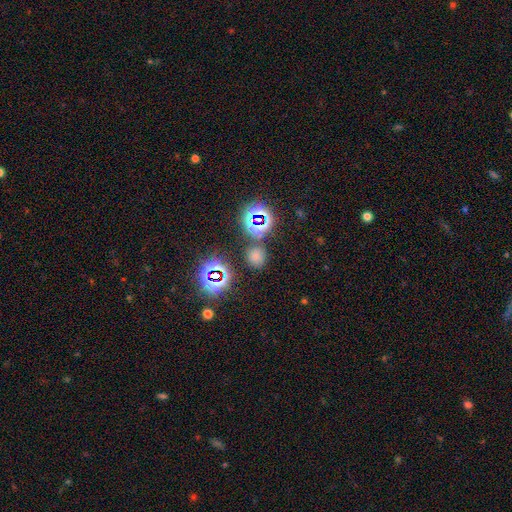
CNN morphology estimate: The model was most divided on "smooth or featured": smooth: 56%, star or artifact: 38%, featured or disk: 6%. More confident: how rounded — round (79%); merging — none (77%).